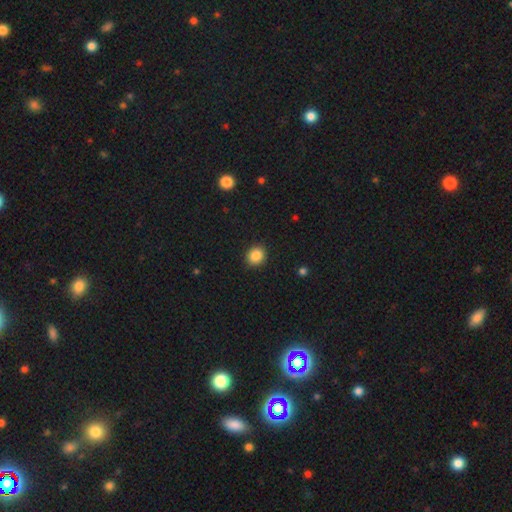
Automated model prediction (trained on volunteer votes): smooth_or_featured: smooth (p=0.87) [alt: star or artifact p=0.09]
how_rounded: round (p=0.79) [alt: in between p=0.20]
merging: none (p=0.91) [alt: minor disturbance p=0.06]